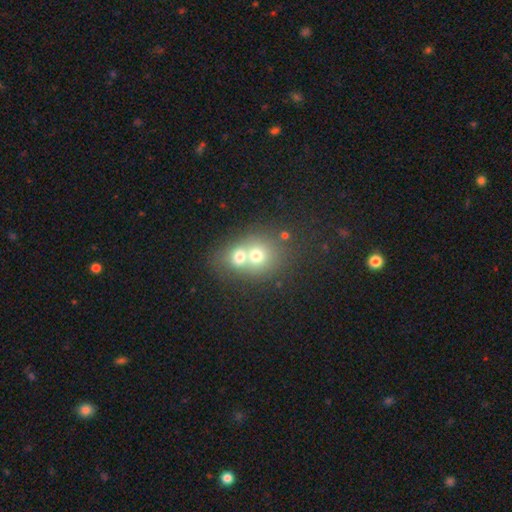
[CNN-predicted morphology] The model was most divided on "how rounded": round: 70%, in between: 29%, cigar-shaped: 1%. More confident: merging — merger (69%); smooth or featured — smooth (65%).